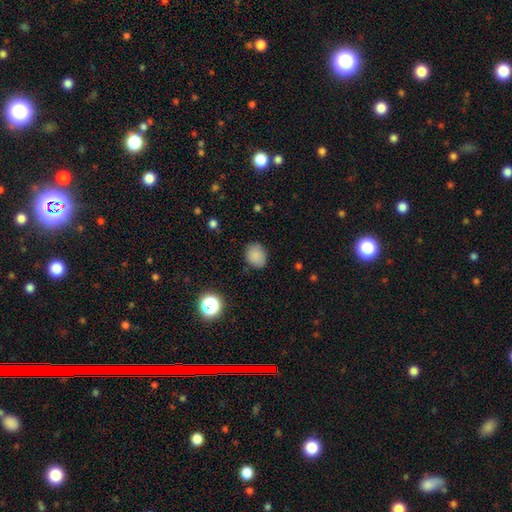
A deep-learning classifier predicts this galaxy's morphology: Smooth or featured? smooth (84%)
How rounded? round (63%)
Merging? none (81%)